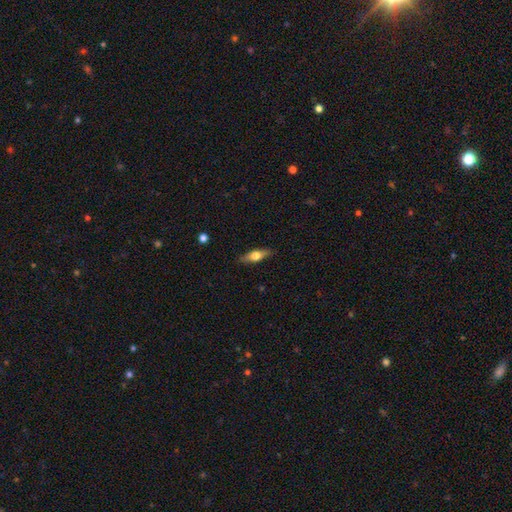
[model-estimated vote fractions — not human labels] Q: Smooth or featured?
A: smooth (53%); runner-up: featured or disk (40%)
Q: How rounded?
A: in between (49%); runner-up: cigar-shaped (48%)
Q: Merging?
A: none (86%); runner-up: minor disturbance (10%)